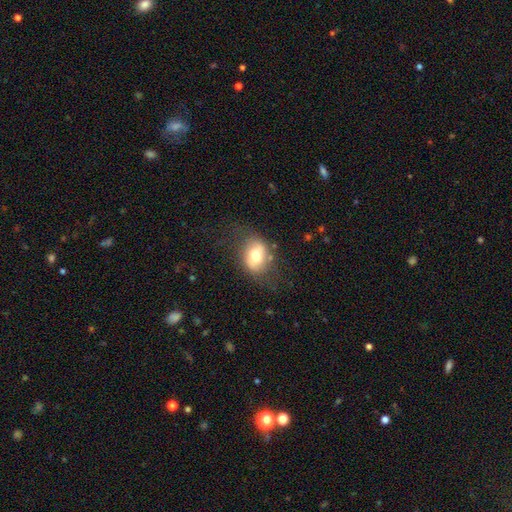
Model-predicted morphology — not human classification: Smooth or featured?
  - smooth: 62% *
  - featured or disk: 30%
  - star or artifact: 8%
How rounded?
  - in between: 68% *
  - round: 31%
  - cigar-shaped: 1%
Merging?
  - none: 60% *
  - minor disturbance: 22%
  - major disturbance: 14%
  - merger: 3%